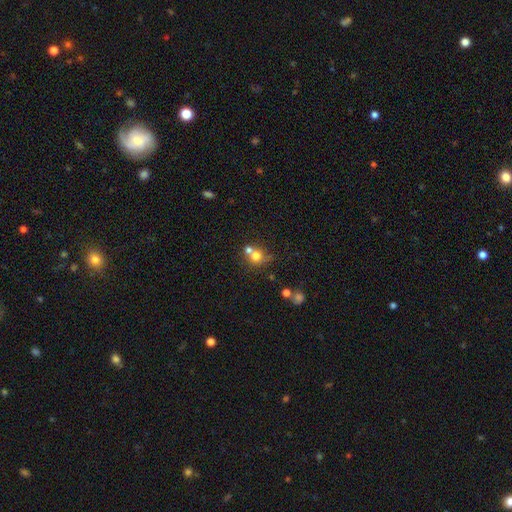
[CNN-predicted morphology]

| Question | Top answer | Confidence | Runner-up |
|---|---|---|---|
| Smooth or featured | smooth | 71% | featured or disk (15%) |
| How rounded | round | 83% | in between (16%) |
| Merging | merger | 45% | none (41%) |